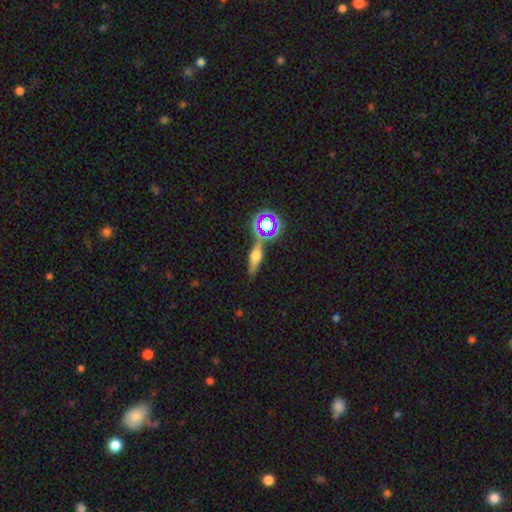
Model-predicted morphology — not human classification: featured or disk 48%, smooth 30%, star or artifact 22%. Down the decision tree: merging — none (74%).